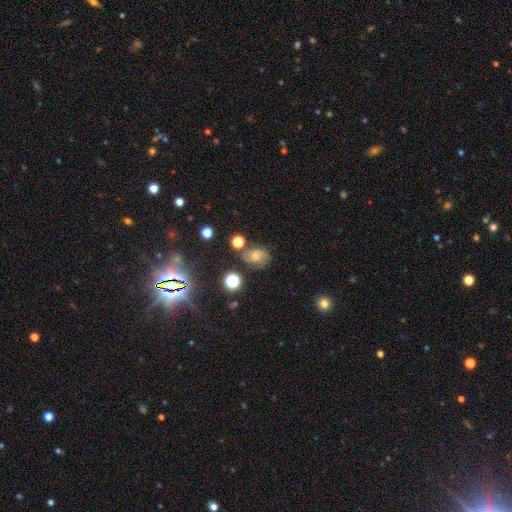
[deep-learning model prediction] smooth_or_featured: smooth (p=0.43) [alt: featured or disk p=0.35]
merging: none (p=0.58) [alt: minor disturbance p=0.23]